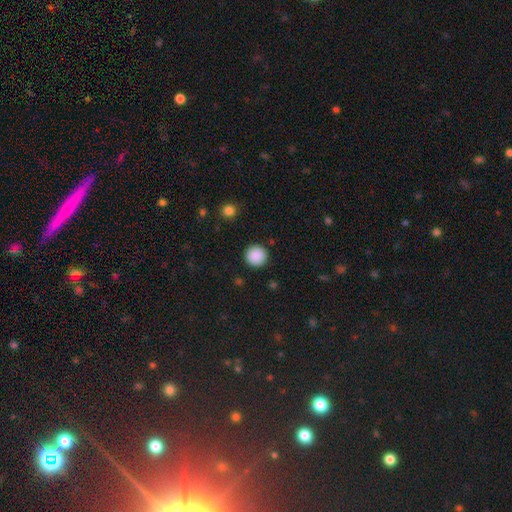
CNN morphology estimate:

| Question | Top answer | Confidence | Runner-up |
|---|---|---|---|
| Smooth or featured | smooth | 89% | star or artifact (9%) |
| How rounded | round | 96% | in between (3%) |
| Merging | none | 92% | minor disturbance (5%) |